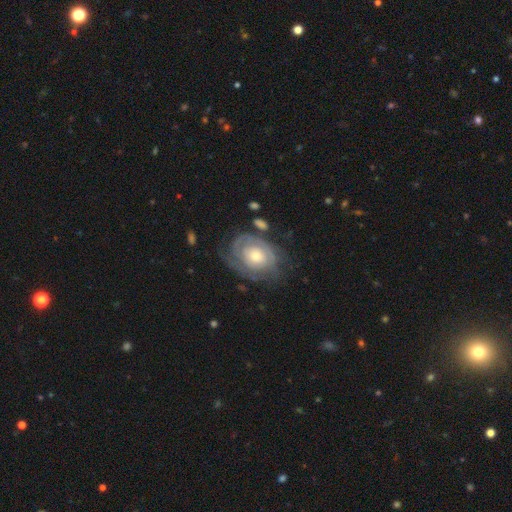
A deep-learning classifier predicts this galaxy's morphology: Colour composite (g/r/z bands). It shows a featured or disk galaxy (79%) with no bar (80%), tight (75%) spiral arms (86%) and a moderate central bulge (59%). Merging: none (65%).